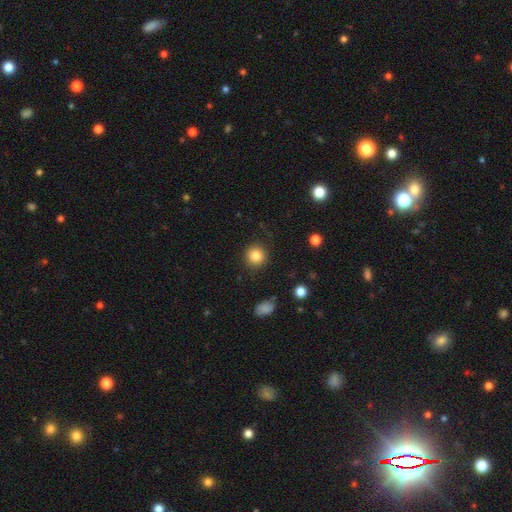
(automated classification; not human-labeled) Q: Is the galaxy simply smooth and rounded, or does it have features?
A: smooth — 84%.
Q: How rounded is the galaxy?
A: round — 93%.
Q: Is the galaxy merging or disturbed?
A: none — 89%.